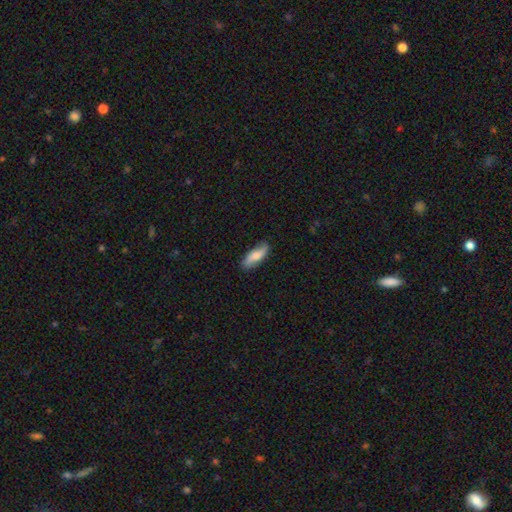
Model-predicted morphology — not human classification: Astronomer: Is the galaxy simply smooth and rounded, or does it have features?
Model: smooth — 67%.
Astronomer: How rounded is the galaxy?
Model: in between — 61% (runner-up: cigar-shaped, 37%).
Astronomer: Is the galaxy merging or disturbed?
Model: none — 84%.